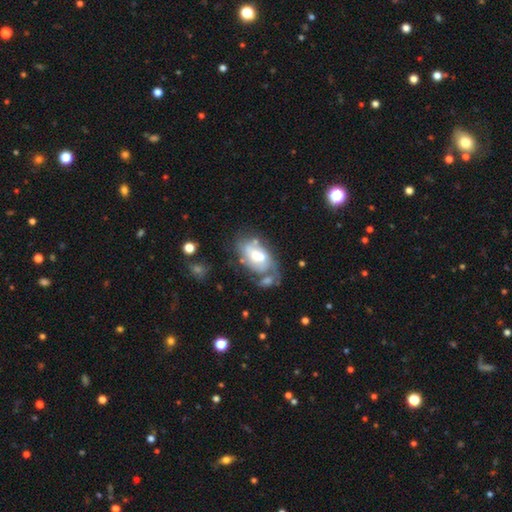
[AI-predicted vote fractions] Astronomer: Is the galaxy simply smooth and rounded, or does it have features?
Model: featured or disk — 57% (runner-up: smooth, 35%).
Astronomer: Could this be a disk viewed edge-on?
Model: no — 94%.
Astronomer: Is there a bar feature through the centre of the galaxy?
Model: no — 70%.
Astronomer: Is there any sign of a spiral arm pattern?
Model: no — 53% (runner-up: yes, 47%).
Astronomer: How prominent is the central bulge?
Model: moderate — 60%.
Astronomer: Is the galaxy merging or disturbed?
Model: merger — 34% (runner-up: none, 30%).